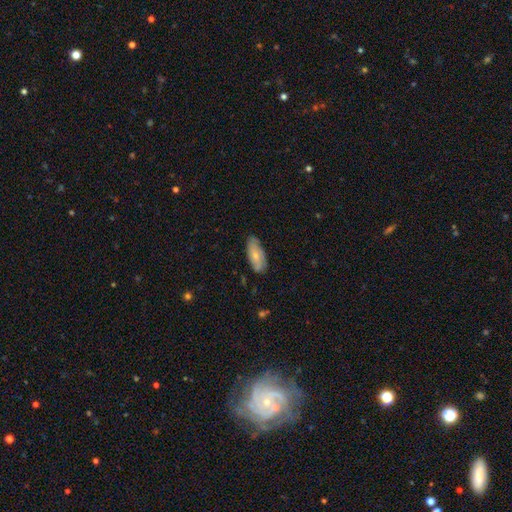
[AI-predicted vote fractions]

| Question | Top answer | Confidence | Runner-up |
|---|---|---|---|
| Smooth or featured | smooth | 53% | featured or disk (40%) |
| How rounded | in between | 82% | cigar-shaped (15%) |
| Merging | none | 75% | minor disturbance (20%) |